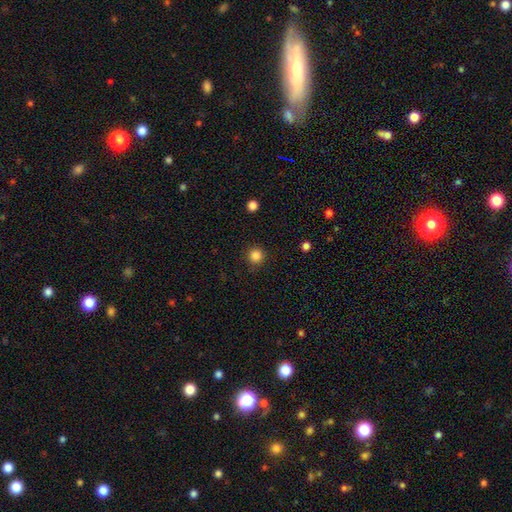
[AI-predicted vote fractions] This is clearly a smooth galaxy (85%). How rounded: clearly round (95%). Merging: clearly none (89%).